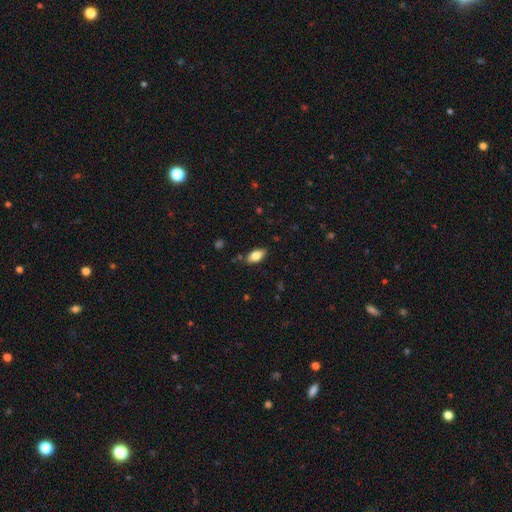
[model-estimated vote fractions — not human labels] smooth-or-featured: smooth: 78% | featured or disk: 15% | star or artifact: 7%
  how-rounded: in between: 90% | cigar-shaped: 7% | round: 3%
  merging: none: 84% | minor disturbance: 12% | major disturbance: 2% | merger: 2%